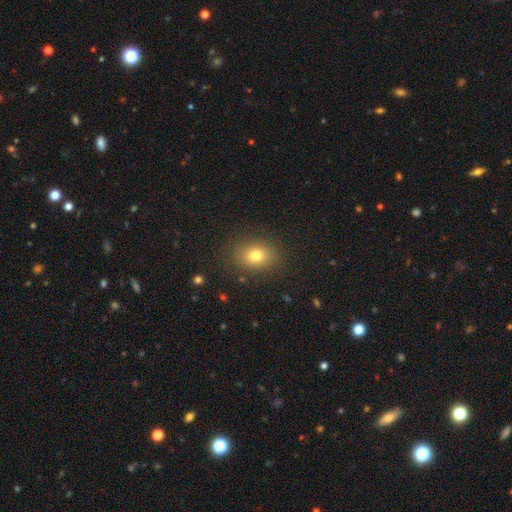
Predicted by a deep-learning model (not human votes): This appears to be a smooth galaxy with no disk features (77%) that is in between round and cigar-shaped (54%). Merging: none (86%).